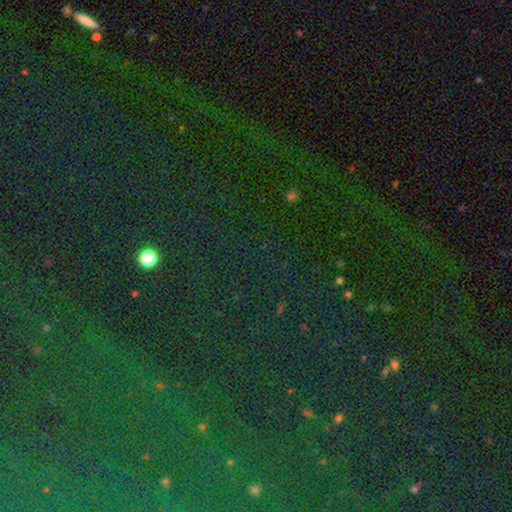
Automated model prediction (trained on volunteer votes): This is clearly a star or artifact rather than a galaxy (81%).